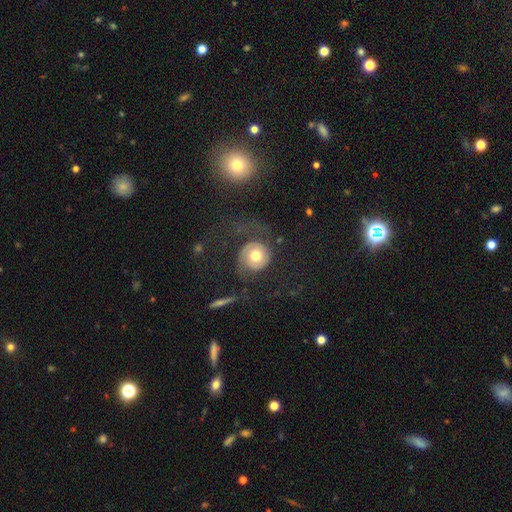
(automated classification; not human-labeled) The model was most divided on "smooth or featured": featured or disk: 51%, smooth: 41%, star or artifact: 8%. Remaining: edge-on disk — no (96%); merging — none (50%).